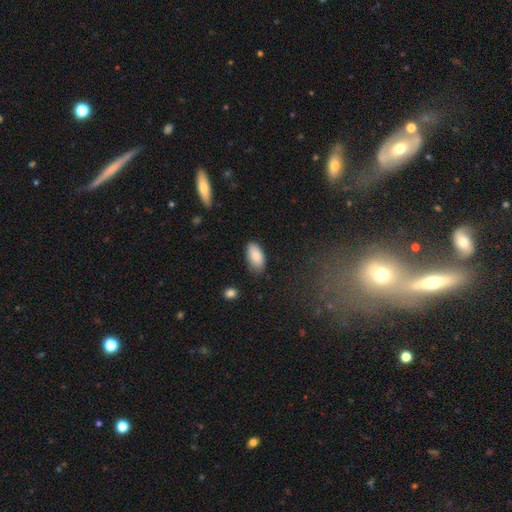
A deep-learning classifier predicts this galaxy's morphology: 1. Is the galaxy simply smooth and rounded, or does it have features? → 87% smooth, 6% featured or disk, 6% star or artifact.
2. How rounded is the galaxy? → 94% in between, 4% cigar-shaped, 2% round.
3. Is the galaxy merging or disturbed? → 80% none, 16% minor disturbance, 3% major disturbance, 2% merger.